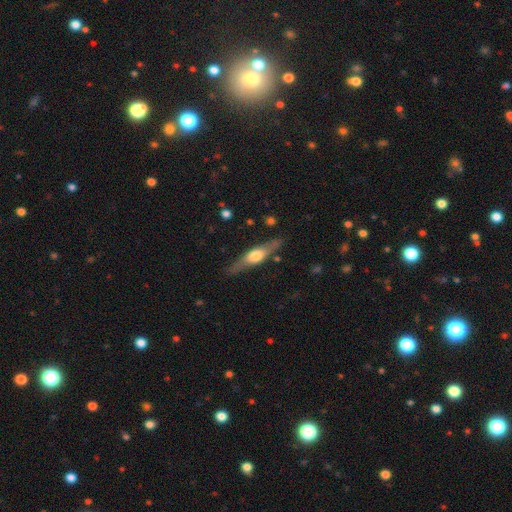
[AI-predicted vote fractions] Morphology: type=featured or disk (63%); edge-on=yes (91%); edge-on bulge=rounded (89%); merging=none (82%).